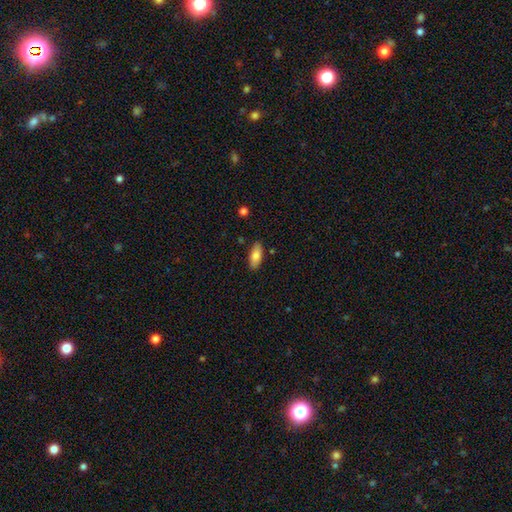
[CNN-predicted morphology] smooth-or-featured: smooth: 80% | featured or disk: 13% | star or artifact: 7%
  how-rounded: in between: 84% | cigar-shaped: 13% | round: 2%
  merging: none: 84% | minor disturbance: 11% | major disturbance: 2% | merger: 2%